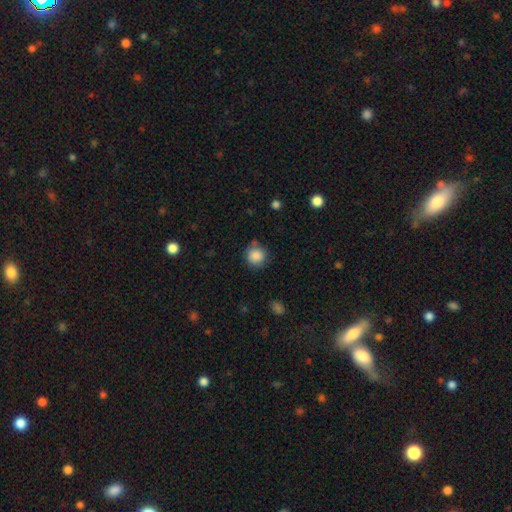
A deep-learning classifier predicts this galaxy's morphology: A smooth galaxy with no disk features (87%) that is round (92%). Merging: none (77%).